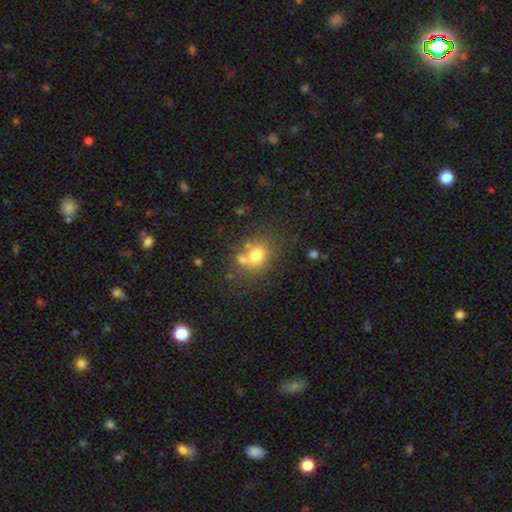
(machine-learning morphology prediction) smooth-or-featured: smooth: 73% | featured or disk: 14% | star or artifact: 13%
  how-rounded: round: 60% | in between: 39% | cigar-shaped: 1%
  merging: none: 53% | merger: 25% | minor disturbance: 14% | major disturbance: 7%